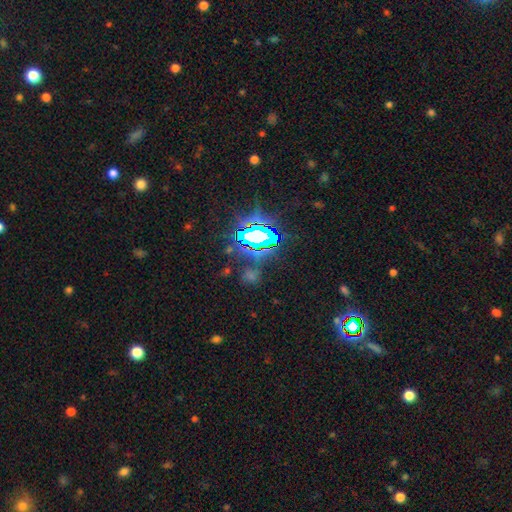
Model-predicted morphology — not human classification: The model was most divided on "smooth or featured": star or artifact: 79%, smooth: 13%, featured or disk: 8%.